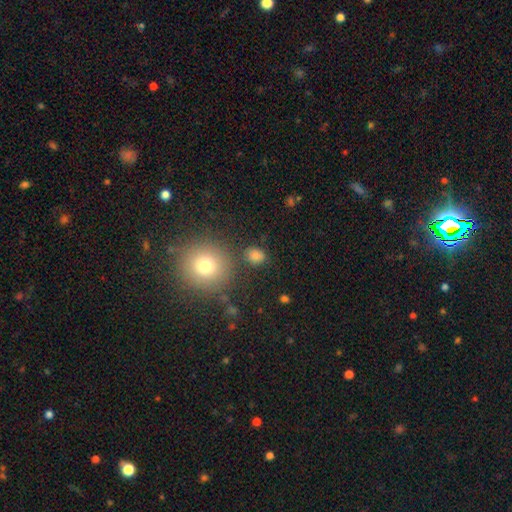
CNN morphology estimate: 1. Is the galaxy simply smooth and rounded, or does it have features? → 81% smooth, 14% star or artifact, 5% featured or disk.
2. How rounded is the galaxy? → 55% round, 44% in between, 1% cigar-shaped.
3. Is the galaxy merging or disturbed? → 80% none, 11% minor disturbance, 5% merger, 4% major disturbance.